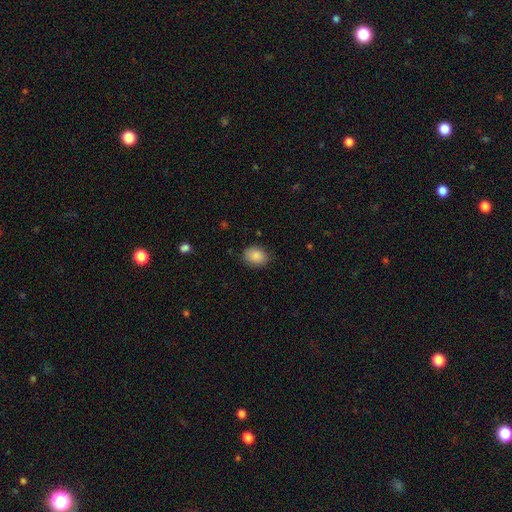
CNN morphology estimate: type=smooth (88%); roundness=in between (61%); merging=none (82%).